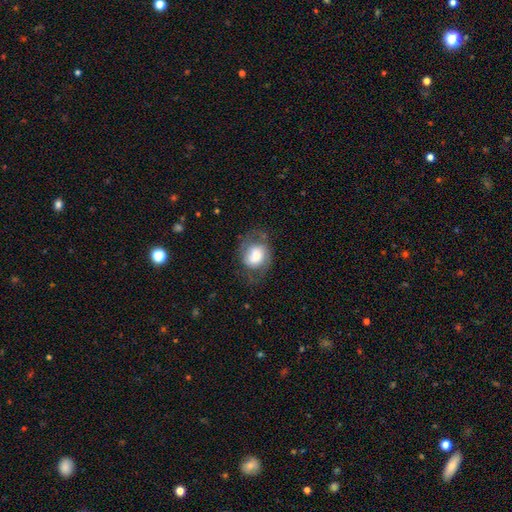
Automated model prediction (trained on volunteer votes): Morphology: type=featured or disk (46%, tied with smooth); merging=none (54%).